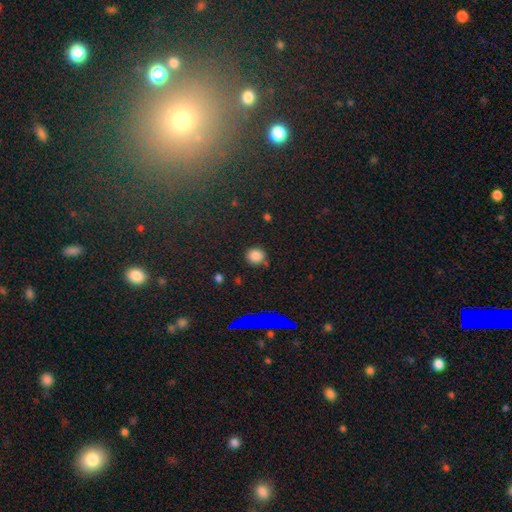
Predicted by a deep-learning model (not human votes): Smooth or featured?
  - smooth: 79% *
  - star or artifact: 16%
  - featured or disk: 5%
How rounded?
  - round: 85% *
  - in between: 14%
  - cigar-shaped: 1%
Merging?
  - none: 79% *
  - minor disturbance: 14%
  - major disturbance: 4%
  - merger: 3%